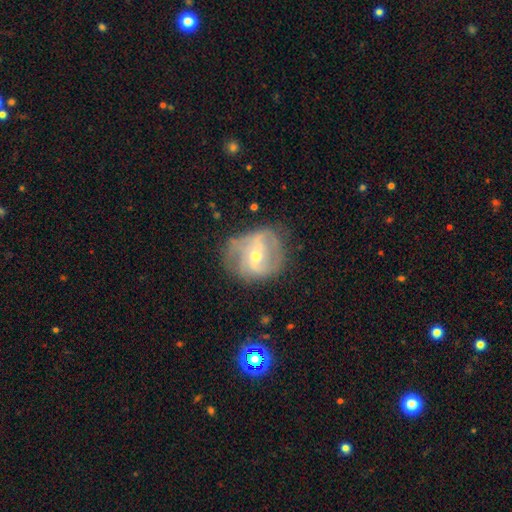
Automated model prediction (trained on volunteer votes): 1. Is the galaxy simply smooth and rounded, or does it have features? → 78% featured or disk, 15% smooth, 8% star or artifact.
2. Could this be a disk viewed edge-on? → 96% no, 4% yes.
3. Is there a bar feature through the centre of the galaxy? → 46% weak, 30% strong, 24% no.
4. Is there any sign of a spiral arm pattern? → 84% yes, 16% no.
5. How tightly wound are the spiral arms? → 43% medium, 28% tight, 28% loose.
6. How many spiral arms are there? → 54% 2, 24% can't tell, 12% 3, 4% 1, 3% 4, 2% more than 4.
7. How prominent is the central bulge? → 51% small, 46% moderate, 2% large, 1% none, 1% dominant.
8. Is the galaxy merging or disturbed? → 61% none, 24% minor disturbance, 13% major disturbance, 2% merger.